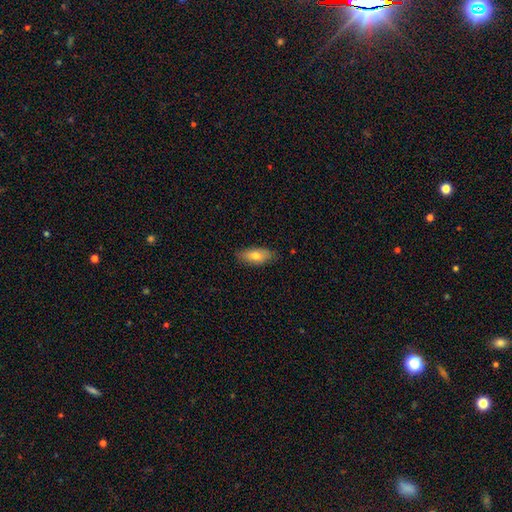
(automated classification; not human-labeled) Smooth or featured? smooth (72%)
How rounded? in between (81%)
Merging? none (79%)